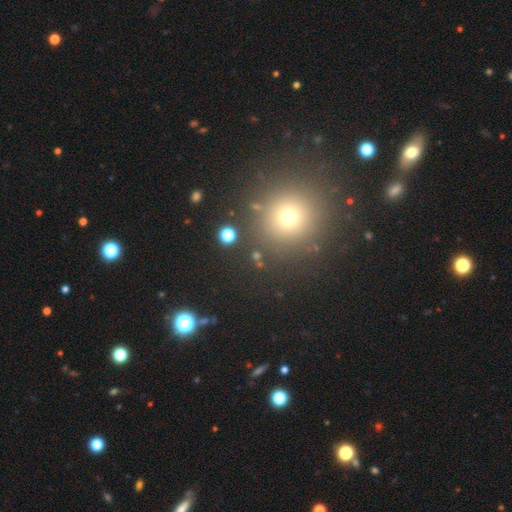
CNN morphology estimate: smooth 58%, star or artifact 34%, featured or disk 8%. Down the decision tree: how rounded — round (92%); merging — none (87%).